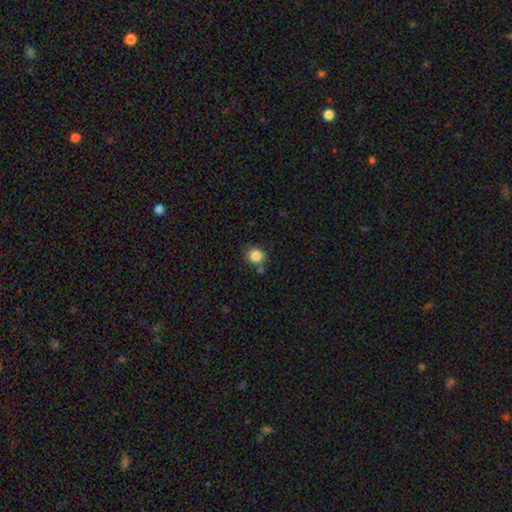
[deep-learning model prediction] This appears to be a smooth galaxy with no disk features (85%) that is round (83%). Merging: none (74%).